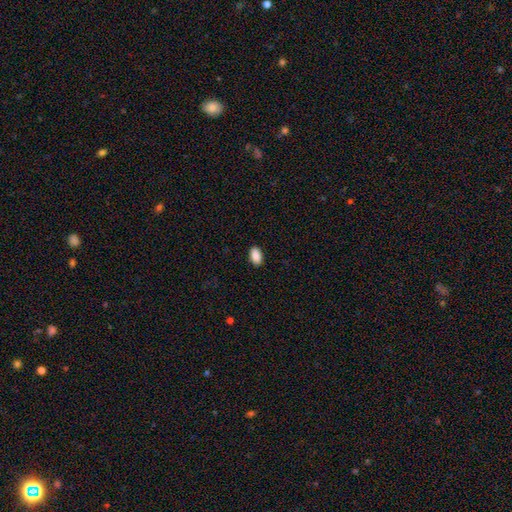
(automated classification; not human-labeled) A smooth galaxy with no disk features (90%) that is in between round and cigar-shaped (93%).

Vote fractions:
- Smooth or featured? smooth: 90% / star or artifact: 7% / featured or disk: 3%
- How rounded? in between: 93% / round: 5% / cigar-shaped: 2%
- Merging? none: 90% / minor disturbance: 7% / major disturbance: 2% / merger: 1%